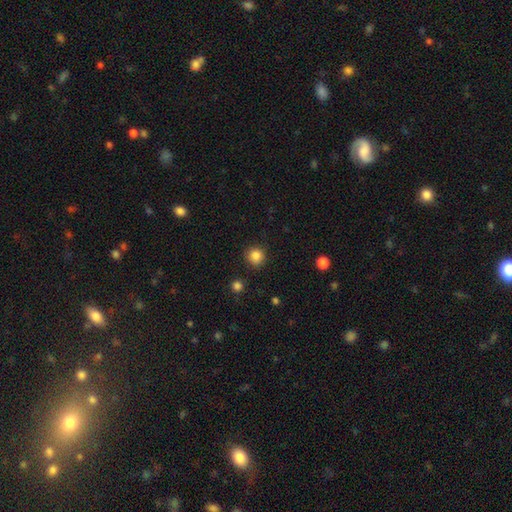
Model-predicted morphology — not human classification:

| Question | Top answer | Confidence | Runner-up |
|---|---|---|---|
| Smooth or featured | smooth | 85% | star or artifact (11%) |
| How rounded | round | 92% | in between (7%) |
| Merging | none | 88% | minor disturbance (8%) |